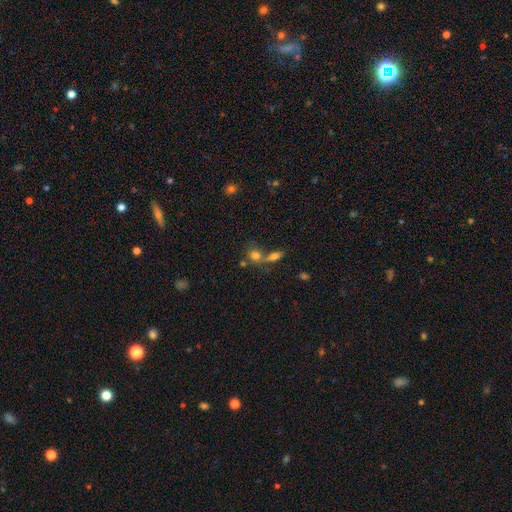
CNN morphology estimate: A smooth galaxy with no disk features (75%) that is round (65%).

Vote fractions:
- Smooth or featured? smooth: 75% / star or artifact: 13% / featured or disk: 12%
- How rounded? round: 65% / in between: 31% / cigar-shaped: 3%
- Merging? merger: 46% / none: 40% / minor disturbance: 9% / major disturbance: 5%